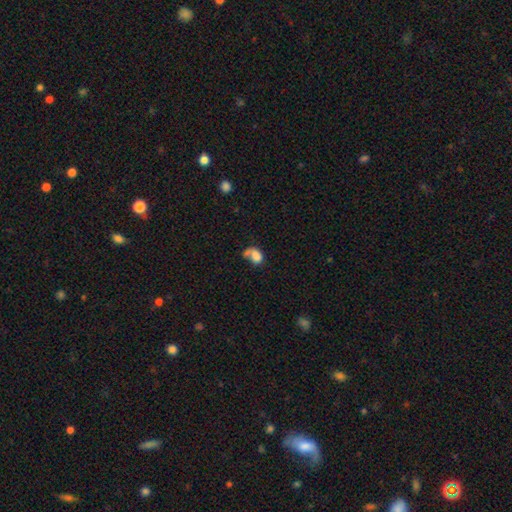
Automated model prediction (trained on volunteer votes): Smooth or featured?
  - smooth: 74% *
  - featured or disk: 16%
  - star or artifact: 10%
How rounded?
  - in between: 73% *
  - round: 26%
  - cigar-shaped: 2%
Merging?
  - merger: 28% * (tied)
  - none: 28% * (tied)
  - major disturbance: 25%
  - minor disturbance: 19%